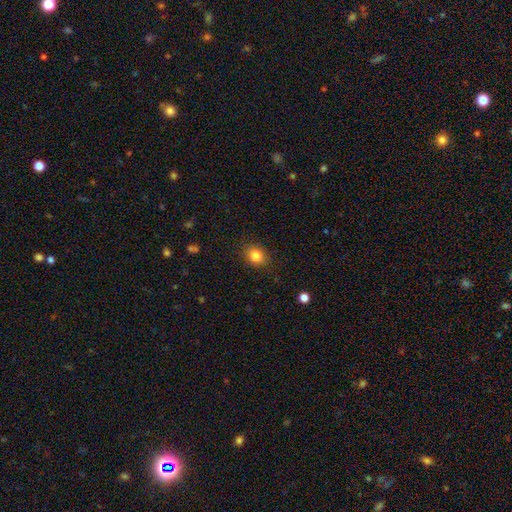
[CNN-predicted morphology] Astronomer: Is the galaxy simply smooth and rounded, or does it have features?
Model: smooth — 83%.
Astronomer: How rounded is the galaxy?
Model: round — 52% (runner-up: in between, 47%).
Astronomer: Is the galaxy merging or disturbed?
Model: none — 86%.